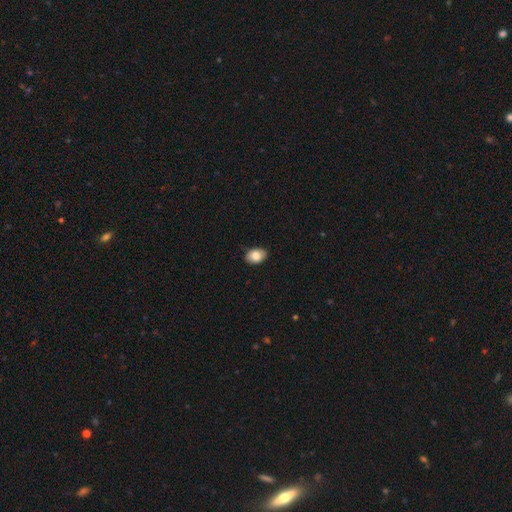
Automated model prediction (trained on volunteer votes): Smooth or featured: smooth — 82% (featured or disk — 10%)
How rounded: in between — 82% (round — 17%)
Merging: none — 83% (minor disturbance — 14%)